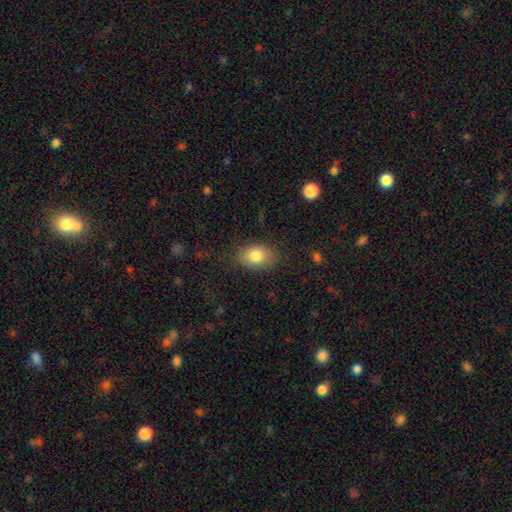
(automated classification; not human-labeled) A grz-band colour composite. It shows a smooth galaxy with no disk features (82%) that is in between round and cigar-shaped (77%). Merging: none (79%).